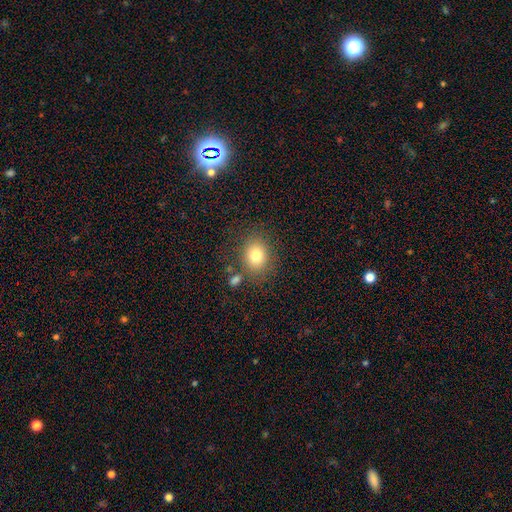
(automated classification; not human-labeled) A smooth galaxy with no disk features (79%) that is round (56%). Merging: none (75%).